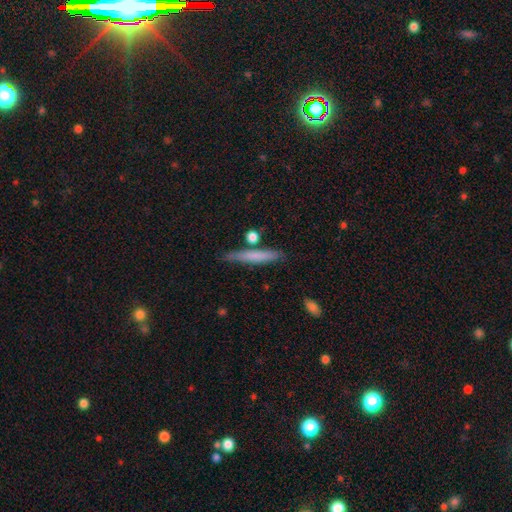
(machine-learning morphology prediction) A smooth galaxy with no disk features (67%) that is cigar-shaped (93%).

Vote fractions:
- Smooth or featured? smooth: 67% / featured or disk: 26% / star or artifact: 6%
- How rounded? cigar-shaped: 93% / in between: 5% / round: 2%
- Merging? none: 79% / minor disturbance: 12% / merger: 6% / major disturbance: 3%